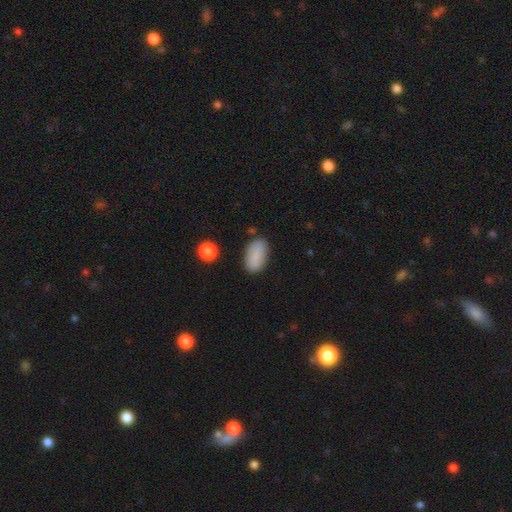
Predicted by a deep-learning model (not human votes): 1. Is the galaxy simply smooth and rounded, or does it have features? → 84% smooth, 8% featured or disk, 8% star or artifact.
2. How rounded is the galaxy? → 93% in between, 5% round, 2% cigar-shaped.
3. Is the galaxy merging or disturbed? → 81% none, 13% minor disturbance, 3% major disturbance, 3% merger.